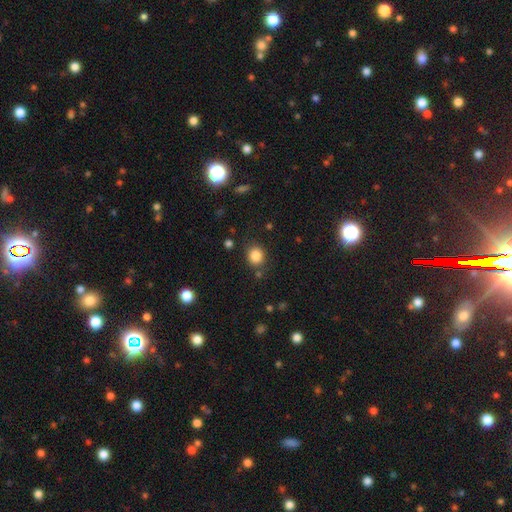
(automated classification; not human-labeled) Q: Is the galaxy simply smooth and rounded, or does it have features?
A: smooth — 85%.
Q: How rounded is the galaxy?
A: round — 79%.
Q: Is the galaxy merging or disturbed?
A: none — 82%.